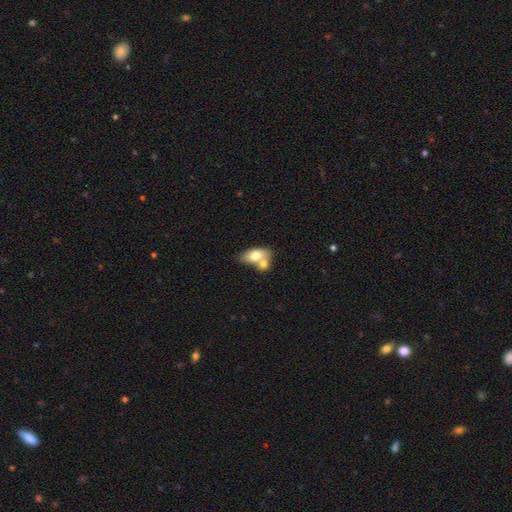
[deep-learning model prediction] Smooth or featured?
  - smooth: 70% *
  - featured or disk: 24%
  - star or artifact: 7%
How rounded?
  - in between: 86% *
  - round: 9%
  - cigar-shaped: 5%
Merging?
  - merger: 49% *
  - none: 36%
  - minor disturbance: 11%
  - major disturbance: 4%